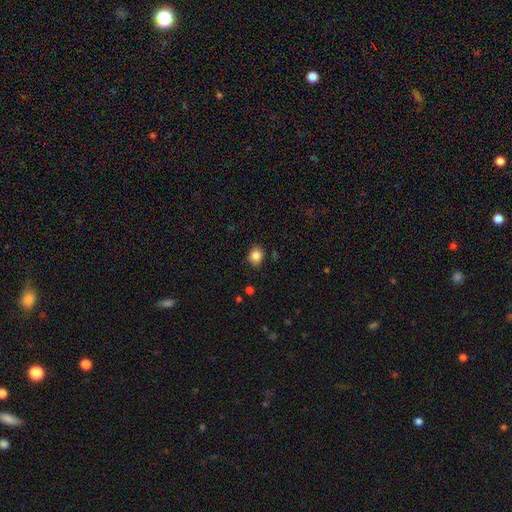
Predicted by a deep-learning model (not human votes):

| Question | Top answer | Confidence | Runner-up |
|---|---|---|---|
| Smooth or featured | smooth | 85% | star or artifact (10%) |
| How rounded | round | 66% | in between (33%) |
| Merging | none | 82% | minor disturbance (14%) |